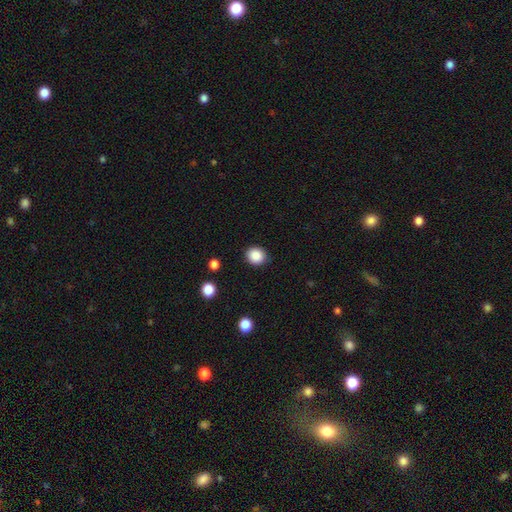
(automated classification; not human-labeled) This appears to be a smooth galaxy with no disk features (87%) that is round (77%). Merging: none (88%).